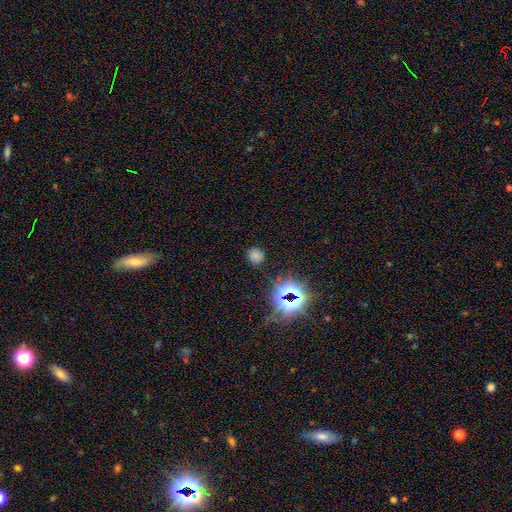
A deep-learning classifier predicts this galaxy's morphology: Smooth or featured? Predicted: smooth (p=0.63). How rounded? Predicted: round (p=0.81). Merging? Predicted: none (p=0.81).